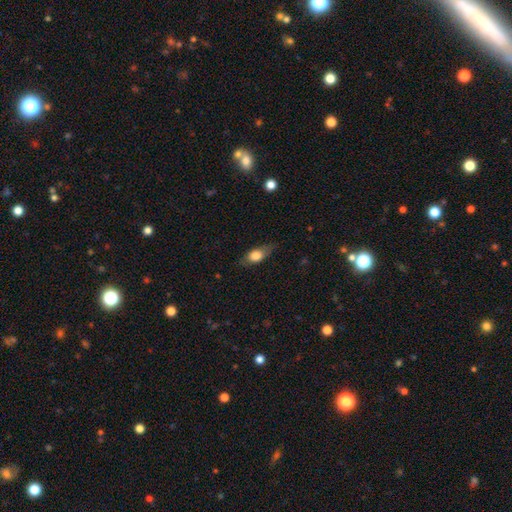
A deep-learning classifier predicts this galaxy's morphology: A smooth galaxy with no disk features (71%) that is in between round and cigar-shaped (75%).

Vote fractions:
- Smooth or featured? smooth: 71% / featured or disk: 22% / star or artifact: 7%
- How rounded? in between: 75% / cigar-shaped: 15% / round: 10%
- Merging? none: 72% / minor disturbance: 21% / major disturbance: 6% / merger: 1%